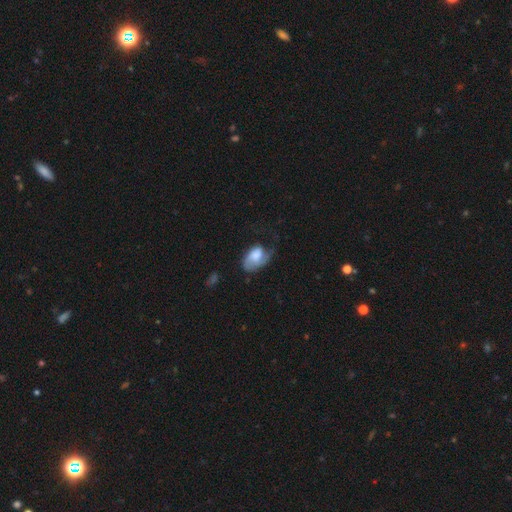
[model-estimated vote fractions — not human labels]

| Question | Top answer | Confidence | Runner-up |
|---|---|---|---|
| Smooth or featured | featured or disk | 49% | smooth (45%) |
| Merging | major disturbance | 37% | none (32%) |